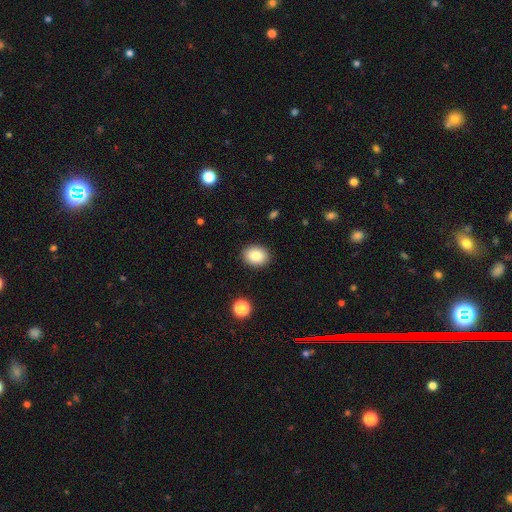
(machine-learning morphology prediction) Smooth or featured?
  - smooth: 87% *
  - star or artifact: 8%
  - featured or disk: 4%
How rounded?
  - in between: 62% *
  - round: 37%
  - cigar-shaped: 1%
Merging?
  - none: 89% *
  - minor disturbance: 8%
  - major disturbance: 2%
  - merger: 1%